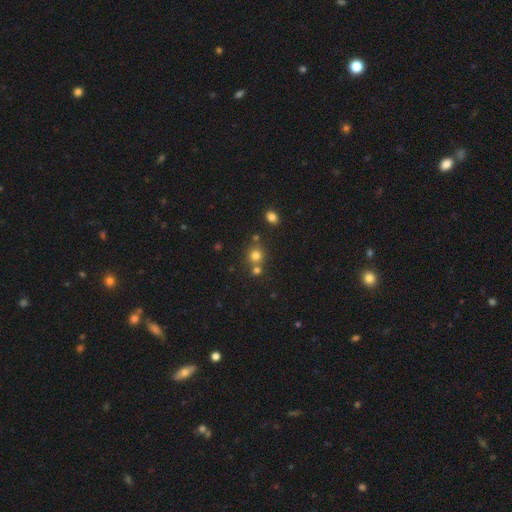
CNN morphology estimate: A smooth galaxy with no disk features (76%) that is round (87%).

Vote fractions:
- Smooth or featured? smooth: 76% / star or artifact: 16% / featured or disk: 7%
- How rounded? round: 87% / in between: 12% / cigar-shaped: 1%
- Merging? none: 66% / merger: 24% / minor disturbance: 8% / major disturbance: 3%